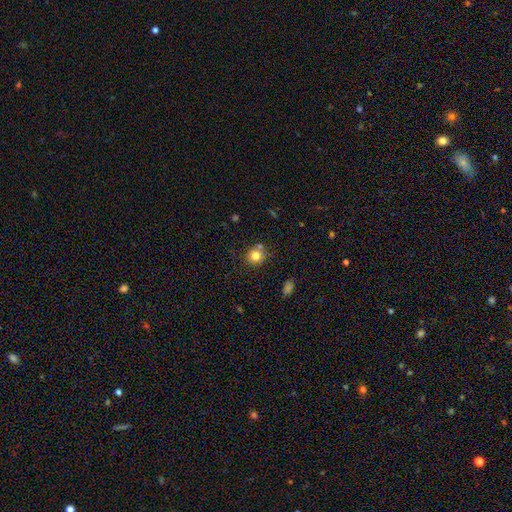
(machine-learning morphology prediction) A smooth galaxy with no disk features (80%) that is round (87%).

Vote fractions:
- Smooth or featured? smooth: 80% / star or artifact: 12% / featured or disk: 8%
- How rounded? round: 87% / in between: 13% / cigar-shaped: 1%
- Merging? none: 73% / merger: 12% / minor disturbance: 12% / major disturbance: 3%